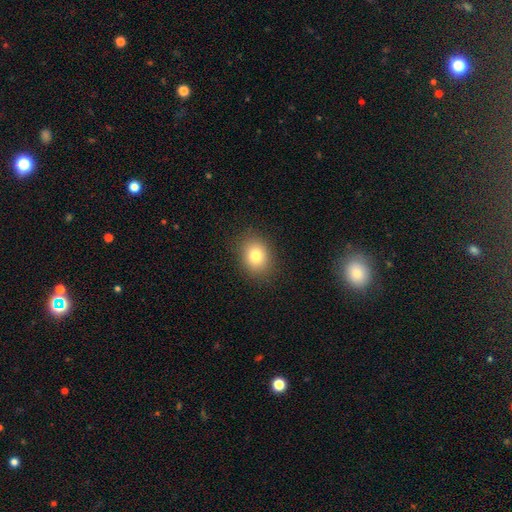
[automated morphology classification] Overall: smooth (79%). How rounded: in between (52%; round 47%). Merging: none (88%).